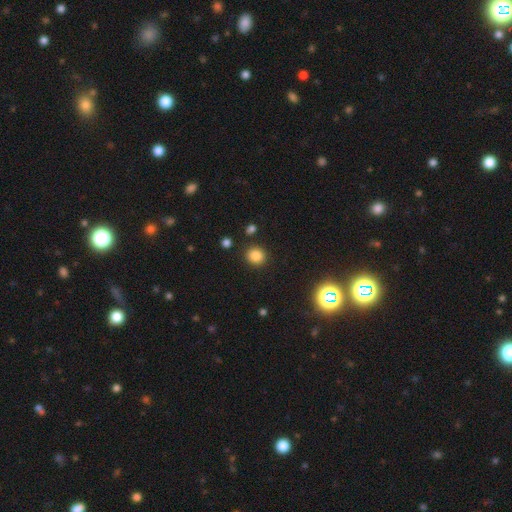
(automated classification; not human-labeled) Smooth or featured?
  - smooth: 83% *
  - star or artifact: 13%
  - featured or disk: 4%
How rounded?
  - round: 86% *
  - in between: 13%
  - cigar-shaped: 1%
Merging?
  - none: 87% *
  - minor disturbance: 7%
  - merger: 3%
  - major disturbance: 3%